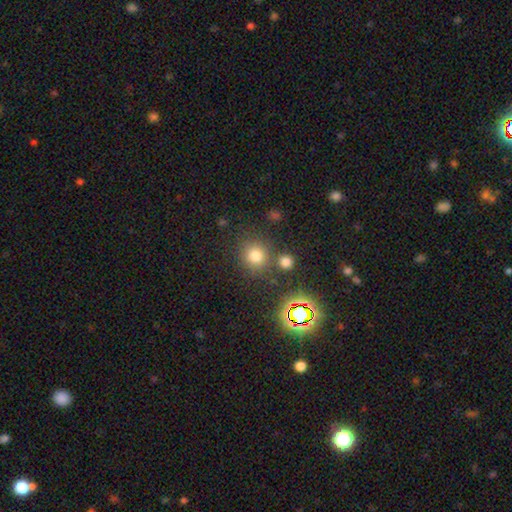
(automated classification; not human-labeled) Morphology: type=smooth (73%); roundness=round (90%); merging=none (78%).